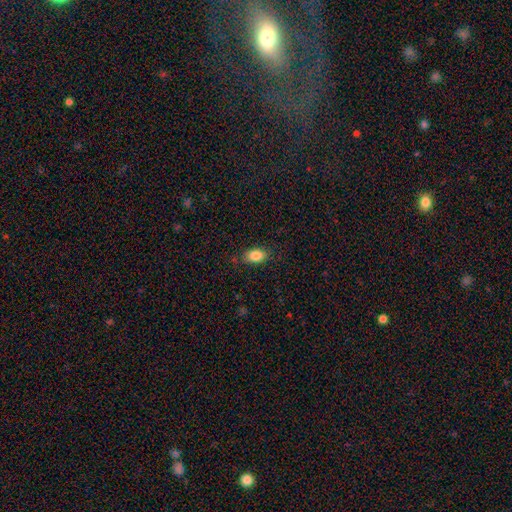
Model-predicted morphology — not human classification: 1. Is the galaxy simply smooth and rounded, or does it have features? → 86% smooth, 8% star or artifact, 6% featured or disk.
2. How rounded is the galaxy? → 88% in between, 9% round, 2% cigar-shaped.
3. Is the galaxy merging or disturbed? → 83% none, 13% minor disturbance, 3% major disturbance, 1% merger.